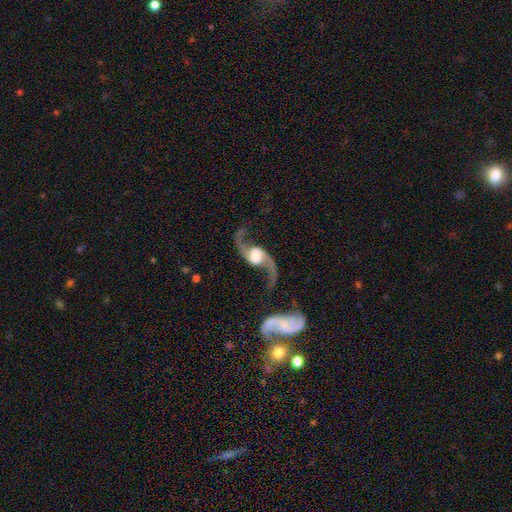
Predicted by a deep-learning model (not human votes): The model was most divided on "bulge size": moderate: 38%, large: 31%, small: 18%, none: 8%, dominant: 5%. Remaining: spiral arms — yes (98%); edge-on disk — no (96%); spiral arm count — 2 (95%); smooth or featured — featured or disk (92%); spiral winding — loose (85%); merging — none (69%); bar — weak (45%).